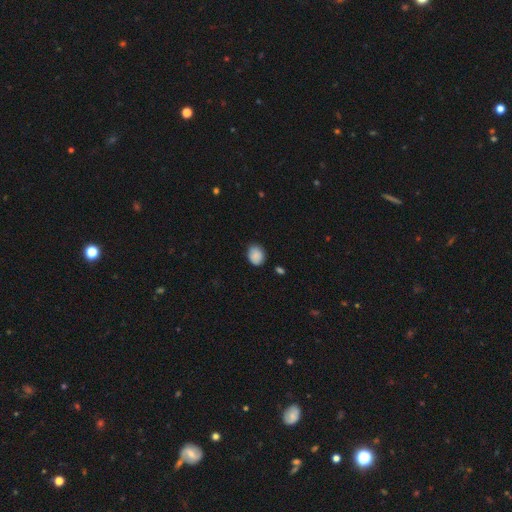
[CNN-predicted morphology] A smooth galaxy with no disk features (88%) that is in between round and cigar-shaped (51%). Merging: none (79%).